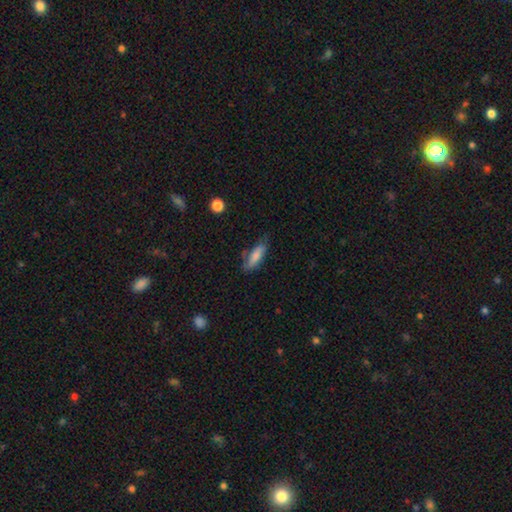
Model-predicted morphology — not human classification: Q: Smooth or featured?
A: smooth (74%); runner-up: featured or disk (19%)
Q: How rounded?
A: in between (55%); runner-up: cigar-shaped (43%)
Q: Merging?
A: none (60%); runner-up: minor disturbance (28%)